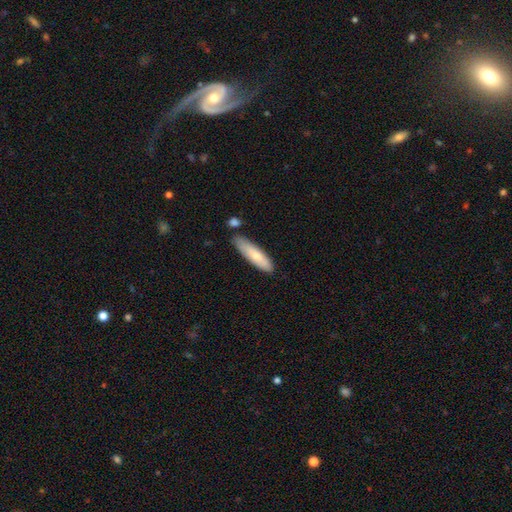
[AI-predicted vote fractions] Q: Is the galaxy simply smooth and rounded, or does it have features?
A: smooth — 76%.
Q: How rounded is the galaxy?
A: cigar-shaped — 72%.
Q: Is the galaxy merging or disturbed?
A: none — 75%.